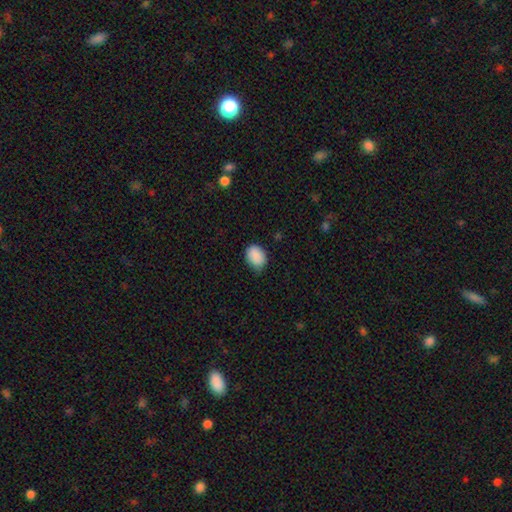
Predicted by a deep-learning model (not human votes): Overall: smooth (89%). How rounded: in between (67%; round 32%). Merging: none (70%).